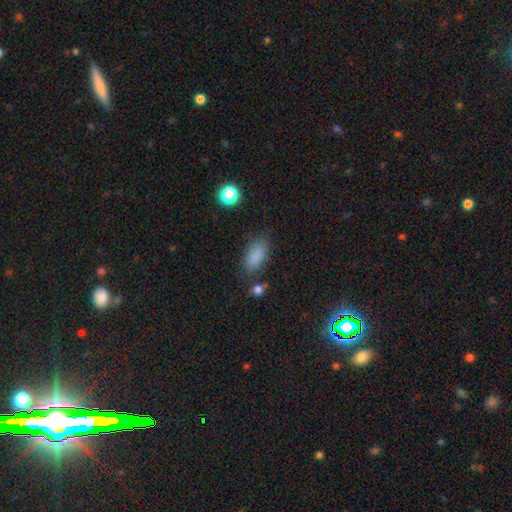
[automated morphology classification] Overall: smooth (85%). How rounded: in between (89%). Merging: none (76%).